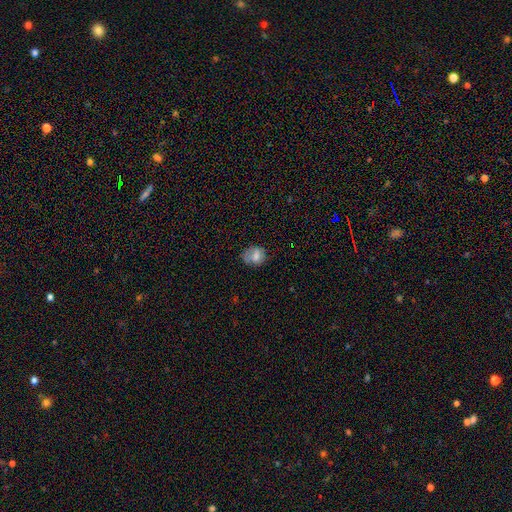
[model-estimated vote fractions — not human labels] smooth_or_featured: smooth (p=0.71) [alt: featured or disk p=0.19]
how_rounded: round (p=0.50) [alt: in between p=0.49]
merging: none (p=0.55) [alt: minor disturbance p=0.30]